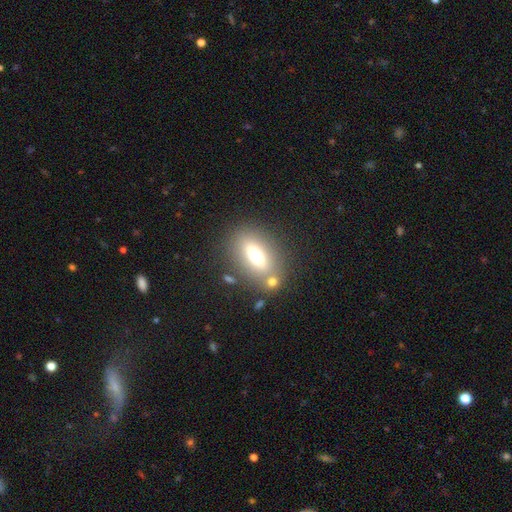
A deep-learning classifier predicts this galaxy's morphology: Smooth or featured?
  - smooth: 61% *
  - featured or disk: 29%
  - star or artifact: 10%
How rounded?
  - in between: 75% *
  - cigar-shaped: 14%
  - round: 11%
Merging?
  - none: 68% *
  - merger: 16%
  - minor disturbance: 11%
  - major disturbance: 5%